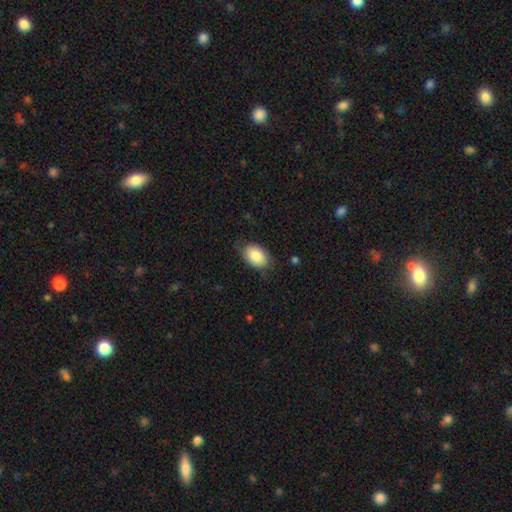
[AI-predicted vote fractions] Smooth or featured? Predicted: smooth (p=0.85). How rounded? Predicted: in between (p=0.89). Merging? Predicted: none (p=0.75).